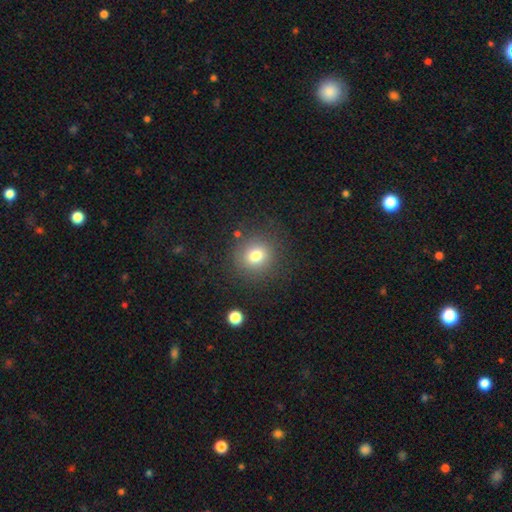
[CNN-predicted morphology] The model was most divided on "smooth or featured": smooth: 76%, star or artifact: 14%, featured or disk: 10%. More confident: how rounded — round (88%); merging — none (84%).